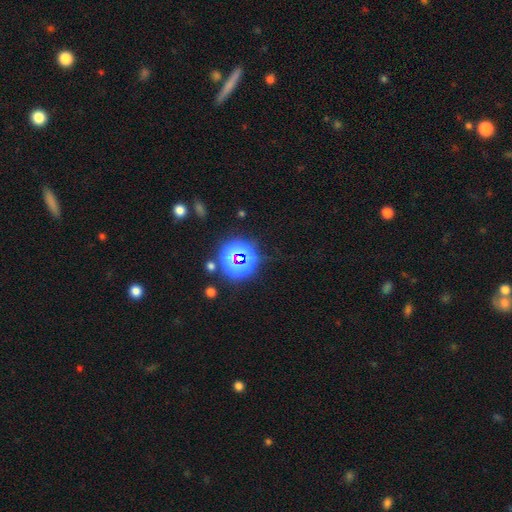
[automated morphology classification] Smooth or featured? star or artifact (78%)